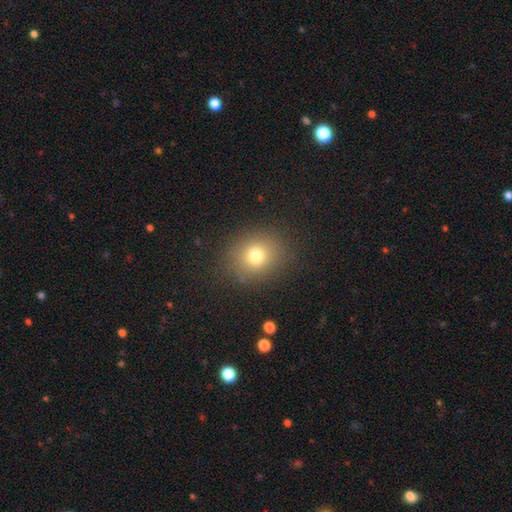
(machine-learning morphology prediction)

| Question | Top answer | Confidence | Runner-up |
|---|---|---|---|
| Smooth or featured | smooth | 74% | star or artifact (16%) |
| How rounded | round | 78% | in between (21%) |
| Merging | none | 85% | minor disturbance (10%) |